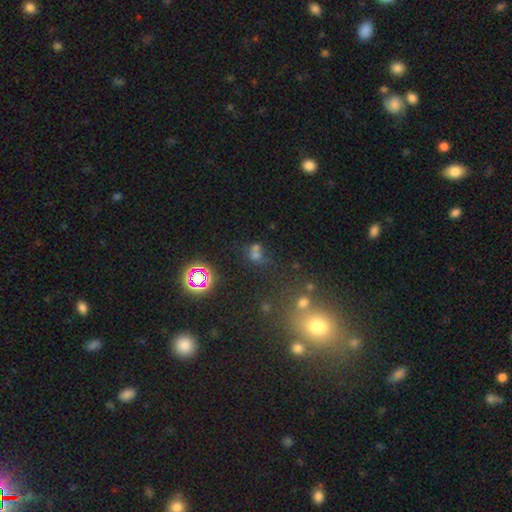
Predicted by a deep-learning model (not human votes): The model was most divided on "smooth or featured": smooth: 46%, star or artifact: 41%, featured or disk: 13%. Remaining: merging — none (48%).